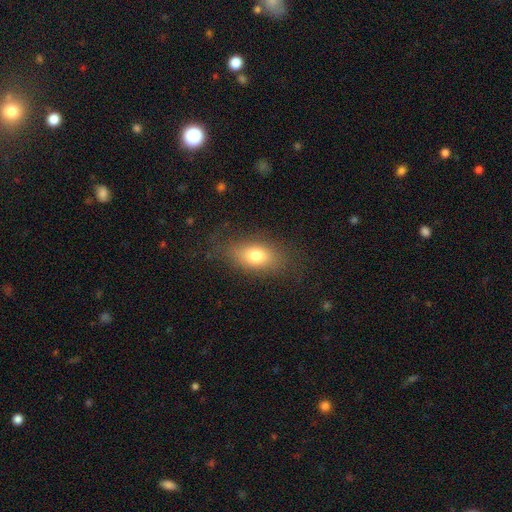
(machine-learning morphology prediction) This is likely a smooth galaxy (75%). How rounded: clearly in between (83%). Merging: likely none (75%).